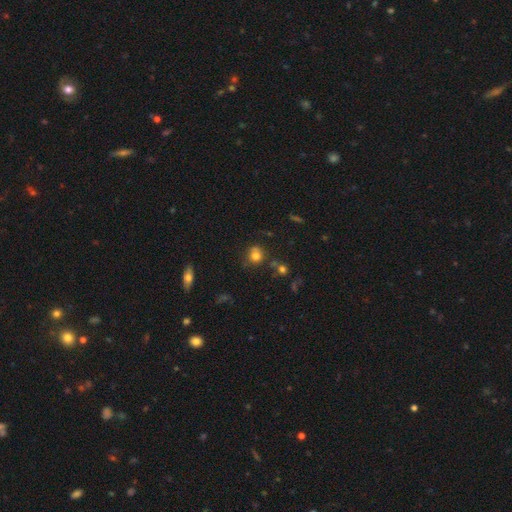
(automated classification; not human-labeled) Smooth or featured? Predicted: smooth (p=0.77). How rounded? Predicted: round (p=0.81). Merging? Predicted: none (p=0.64).